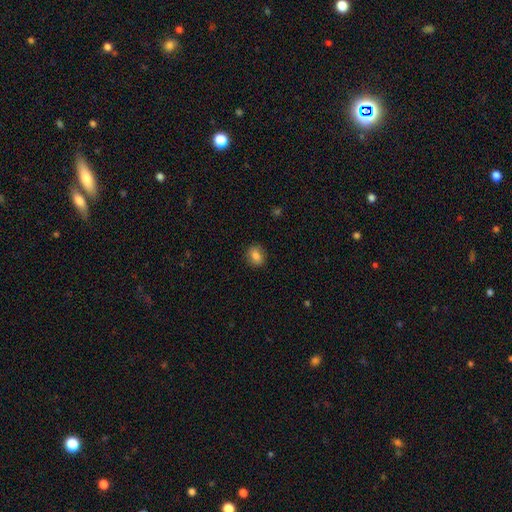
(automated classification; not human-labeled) Smooth or featured? smooth (82%)
How rounded? round (55%)
Merging? none (85%)